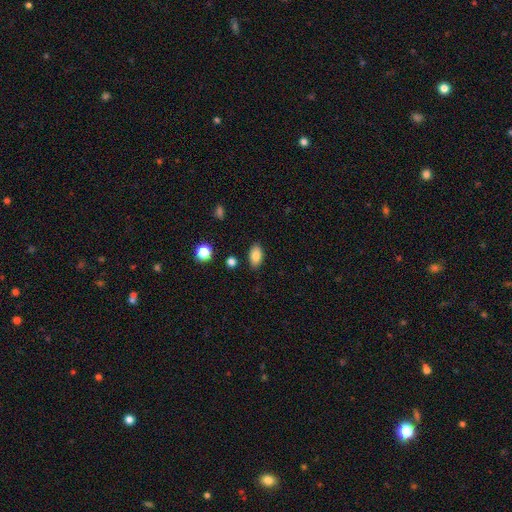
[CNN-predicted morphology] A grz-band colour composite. It shows a smooth galaxy with no disk features (85%) that is in between round and cigar-shaped (91%). Merging: none (85%).